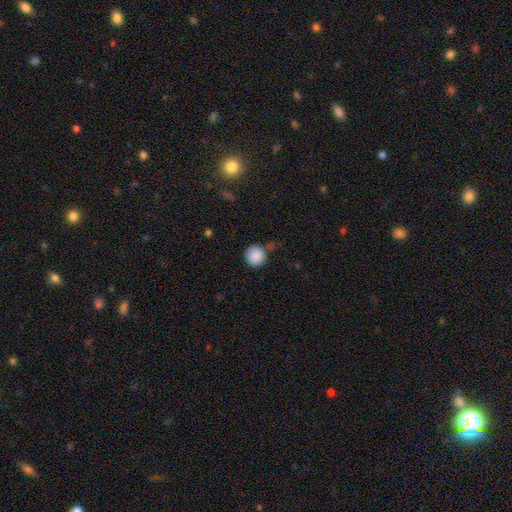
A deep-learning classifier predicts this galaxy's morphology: Smooth or featured: smooth — 88% (star or artifact — 9%)
How rounded: round — 92% (in between — 7%)
Merging: none — 77% (minor disturbance — 15%)